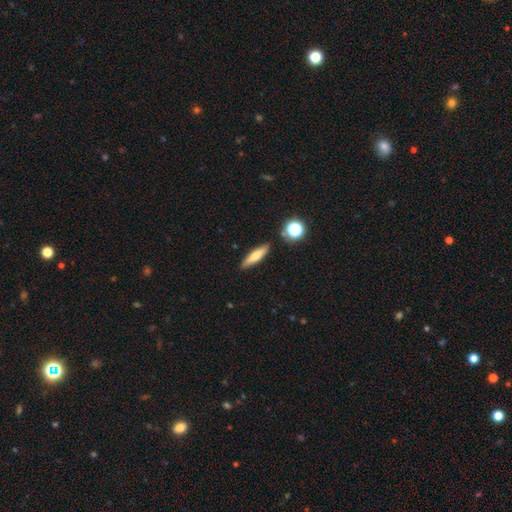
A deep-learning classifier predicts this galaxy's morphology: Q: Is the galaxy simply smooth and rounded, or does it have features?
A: smooth — 66%.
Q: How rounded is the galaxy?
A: cigar-shaped — 76%.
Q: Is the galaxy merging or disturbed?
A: none — 86%.